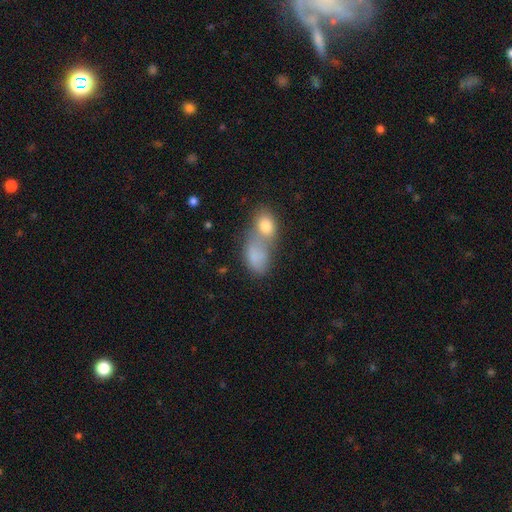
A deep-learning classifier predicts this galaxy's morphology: Q: Smooth or featured?
A: smooth (79%); runner-up: featured or disk (11%)
Q: How rounded?
A: in between (85%); runner-up: round (12%)
Q: Merging?
A: merger (60%); runner-up: none (21%)